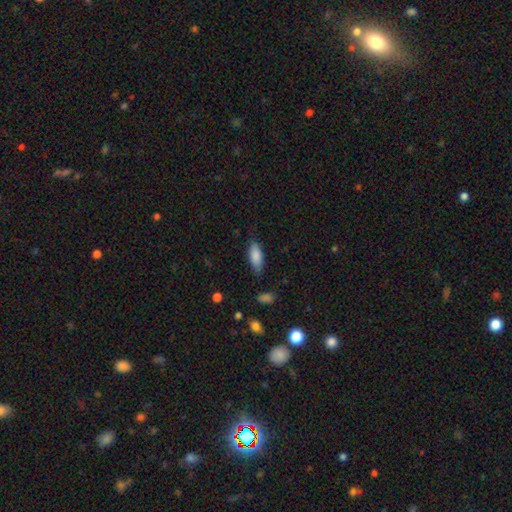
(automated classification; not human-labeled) Smooth or featured? smooth (86%)
How rounded? in between (79%)
Merging? none (76%)